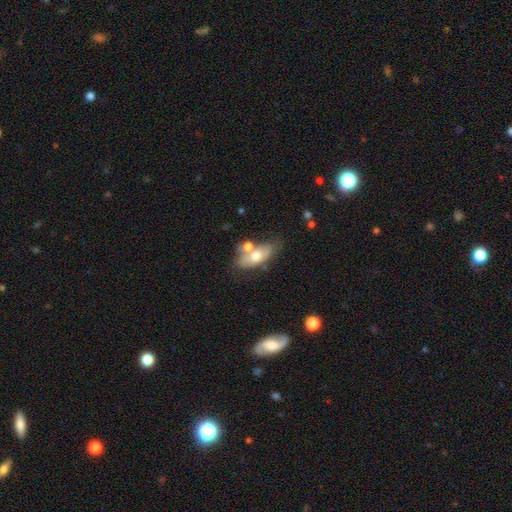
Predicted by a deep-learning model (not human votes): Q: Smooth or featured?
A: smooth (61%); runner-up: featured or disk (32%)
Q: How rounded?
A: in between (82%); runner-up: cigar-shaped (11%)
Q: Merging?
A: none (52%); runner-up: merger (23%)